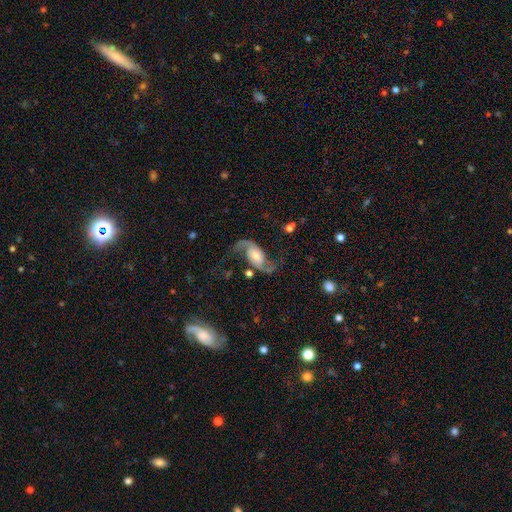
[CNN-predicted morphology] A featured or disk galaxy (87%) with no bar (49%), 2 (93%) loose (69%) spiral arms (97%) and a moderate central bulge (49%). Merging: none (70%).